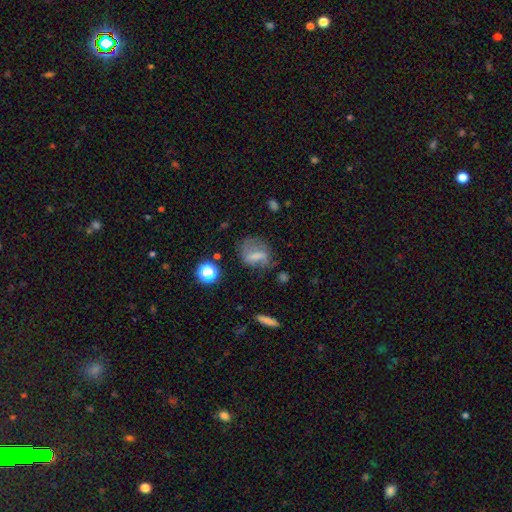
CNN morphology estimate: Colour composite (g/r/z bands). It shows a smooth galaxy with no disk features (47%). Merging: none (46%).